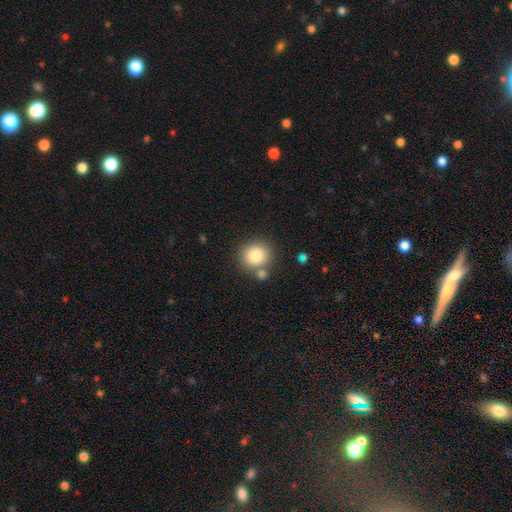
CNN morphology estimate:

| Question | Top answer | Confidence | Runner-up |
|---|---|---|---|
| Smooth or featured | smooth | 82% | star or artifact (10%) |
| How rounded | round | 86% | in between (13%) |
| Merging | none | 69% | merger (18%) |